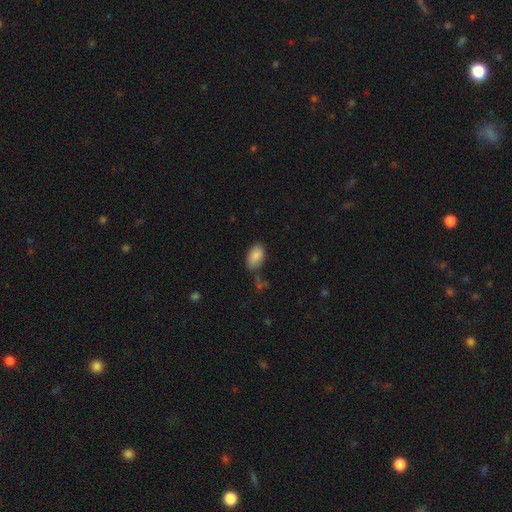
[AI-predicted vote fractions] This appears to be a smooth galaxy with no disk features (85%) that is in between round and cigar-shaped (92%). Merging: none (59%).